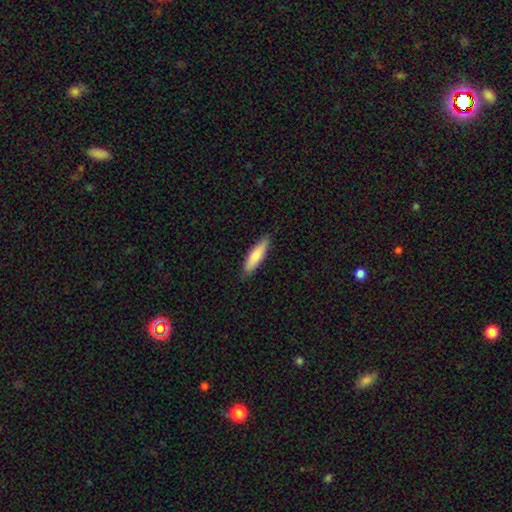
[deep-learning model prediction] Overall: smooth (77%). How rounded: cigar-shaped (70%). Merging: none (85%).